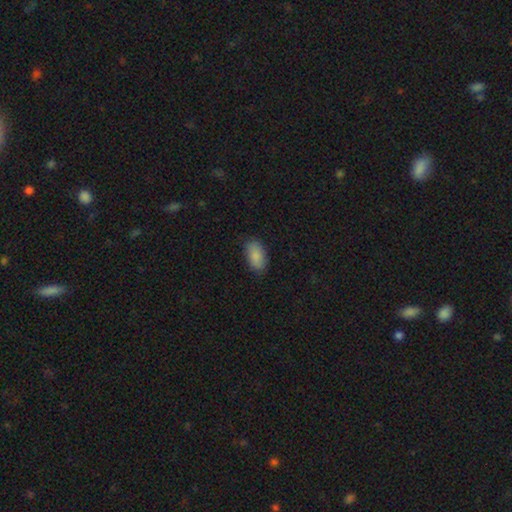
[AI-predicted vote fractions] A smooth galaxy with no disk features (88%) that is in between round and cigar-shaped (93%). Merging: none (83%).